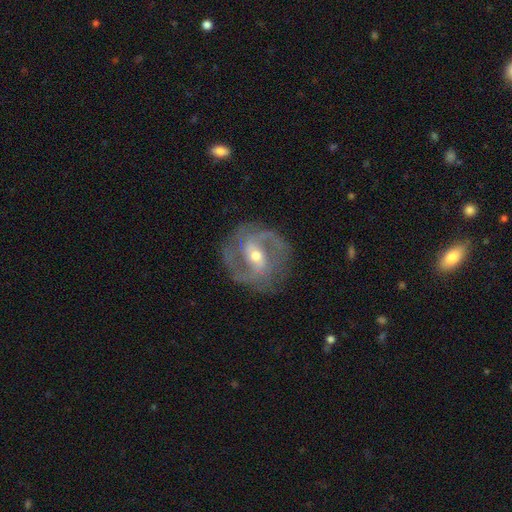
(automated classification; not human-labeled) Morphology: type=featured or disk (87%); edge-on=no (97%); bar=weak (43%); spiral arms=yes (93%); winding=medium (53%); arm count=2 (80%); bulge=moderate (56%); merging=none (77%).